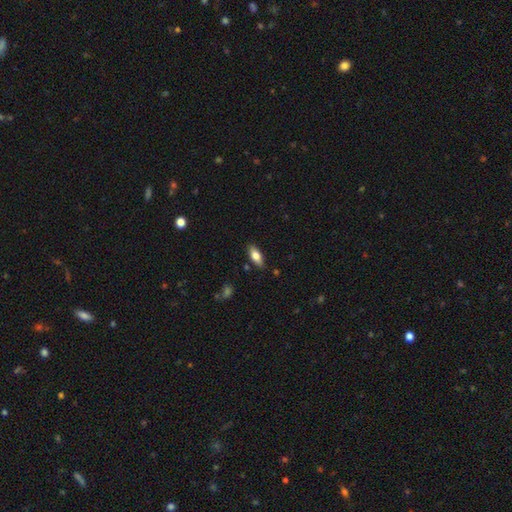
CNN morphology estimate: Overall: smooth (77%). How rounded: in between (82%). Merging: none (85%).